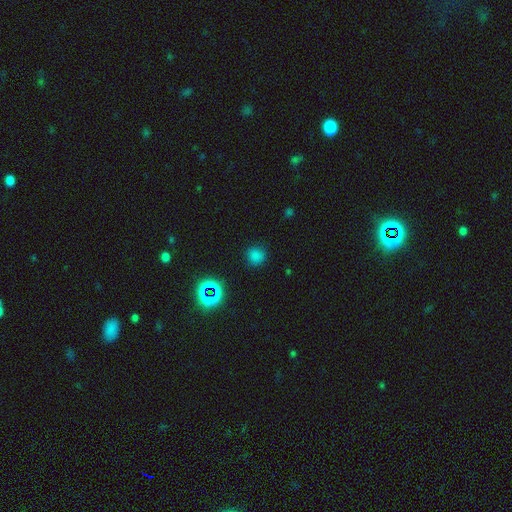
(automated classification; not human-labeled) This is likely a smooth galaxy (73%). How rounded: clearly round (89%). Merging: clearly none (86%).